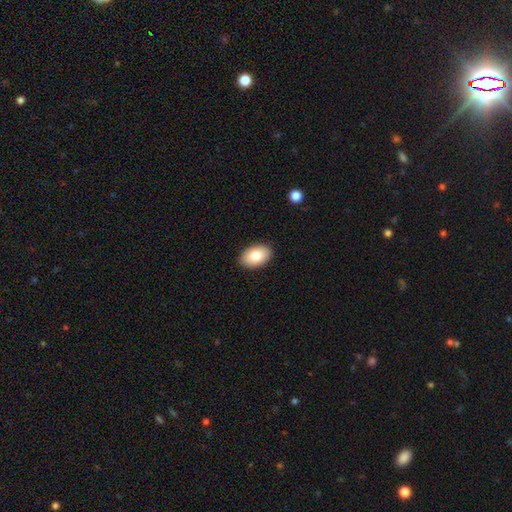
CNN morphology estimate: Overall: smooth (81%). How rounded: in between (91%). Merging: none (90%).